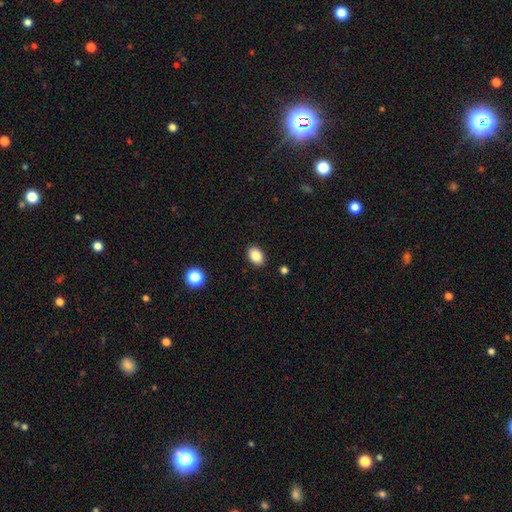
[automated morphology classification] A smooth galaxy with no disk features (86%) that is in between round and cigar-shaped (80%). Merging: none (89%).